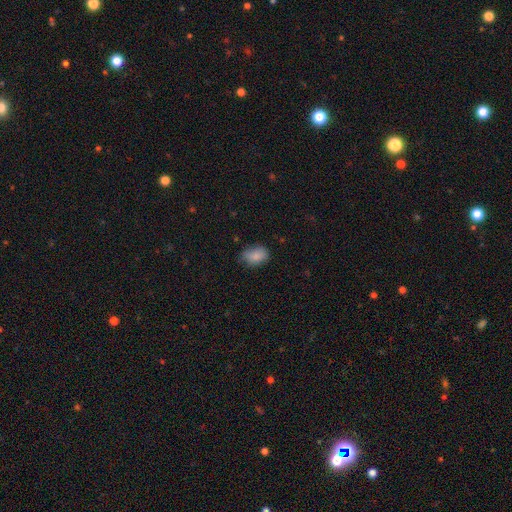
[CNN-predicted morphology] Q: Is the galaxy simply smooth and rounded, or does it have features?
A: smooth — 85%.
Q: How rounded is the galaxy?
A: in between — 80%.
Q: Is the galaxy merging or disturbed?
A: none — 63%.